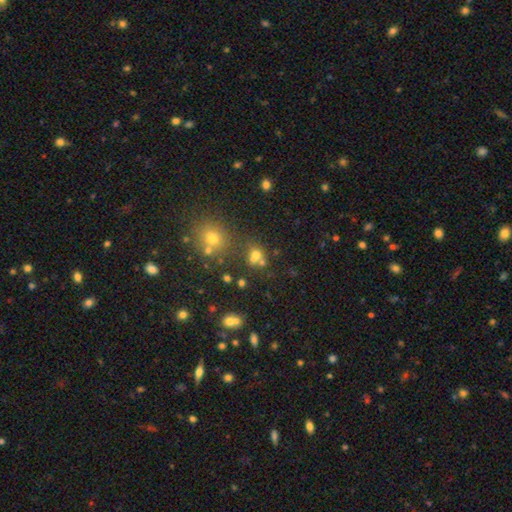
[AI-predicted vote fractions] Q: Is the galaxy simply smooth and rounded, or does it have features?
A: smooth — 64%.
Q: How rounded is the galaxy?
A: round — 64%.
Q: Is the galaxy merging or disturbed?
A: none — 44%.